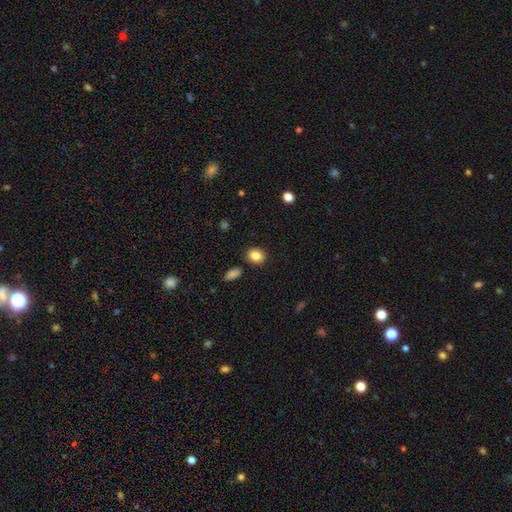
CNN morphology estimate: A smooth galaxy with no disk features (84%) that is round (66%). Merging: none (87%).